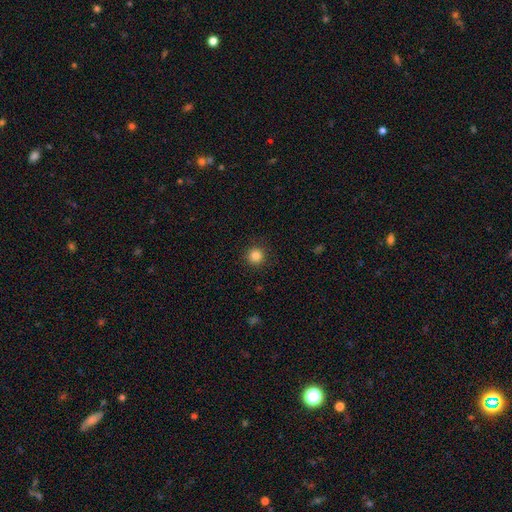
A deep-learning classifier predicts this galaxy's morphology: This is clearly a smooth galaxy (84%). How rounded: clearly round (95%). Merging: clearly none (91%).